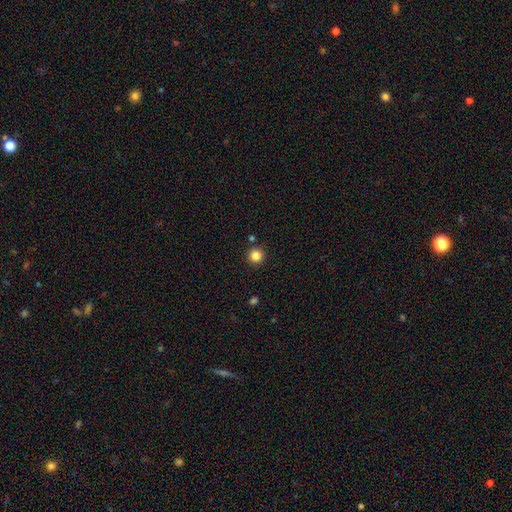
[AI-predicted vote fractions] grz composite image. It shows a smooth galaxy with no disk features (84%) that is round (96%). Merging: none (90%).